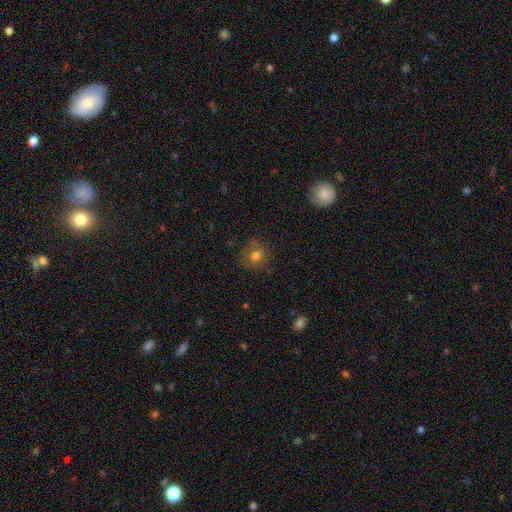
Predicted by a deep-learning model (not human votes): Overall: smooth (74%). How rounded: round (82%). Merging: none (76%).